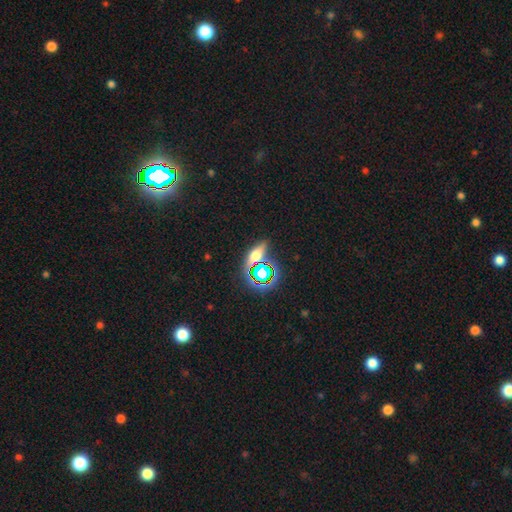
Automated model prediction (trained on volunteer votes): Morphology: type=smooth (42%); merging=none (74%).